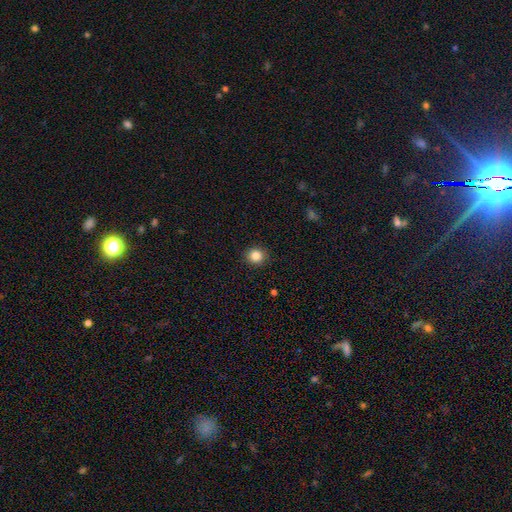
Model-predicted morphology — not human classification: type=smooth (85%); roundness=round (88%); merging=none (91%).